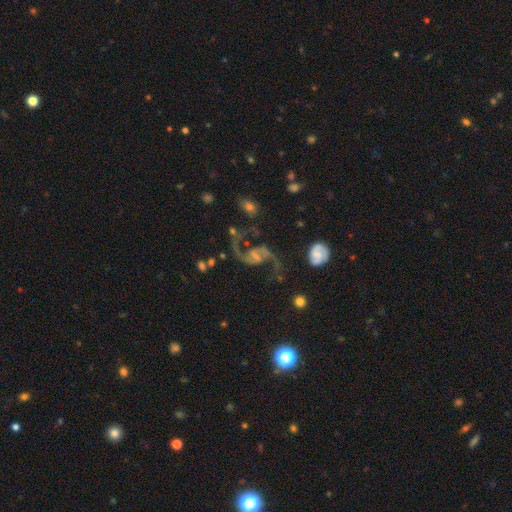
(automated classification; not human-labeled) Smooth or featured?
  - featured or disk: 88% *
  - star or artifact: 8%
  - smooth: 5%
Edge-on disk?
  - no: 97% *
  - yes: 3%
Bar?
  - weak: 46% *
  - no: 36%
  - strong: 19%
Spiral arms?
  - yes: 97% *
  - no: 3%
Spiral winding?
  - loose: 59% *
  - medium: 35%
  - tight: 6%
Spiral arm count?
  - 2: 94% *
  - 1: 2%
  - can't tell: 2%
  - 3: 1%
  - 4: 1%
  - more than 4: 1%
Bulge size?
  - small: 44% *
  - none: 26%
  - moderate: 25%
  - large: 5%
  - dominant: 2%
Merging?
  - none: 68% *
  - minor disturbance: 14%
  - major disturbance: 14%
  - merger: 4%